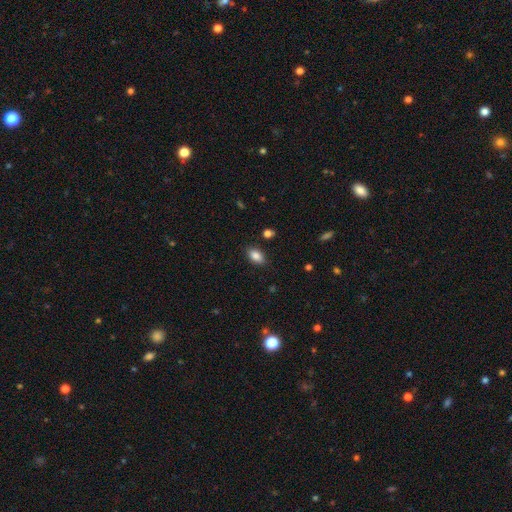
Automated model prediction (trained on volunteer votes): smooth-or-featured: smooth: 86% | star or artifact: 9% | featured or disk: 6%
  how-rounded: in between: 90% | round: 8% | cigar-shaped: 2%
  merging: none: 85% | minor disturbance: 11% | major disturbance: 3% | merger: 2%